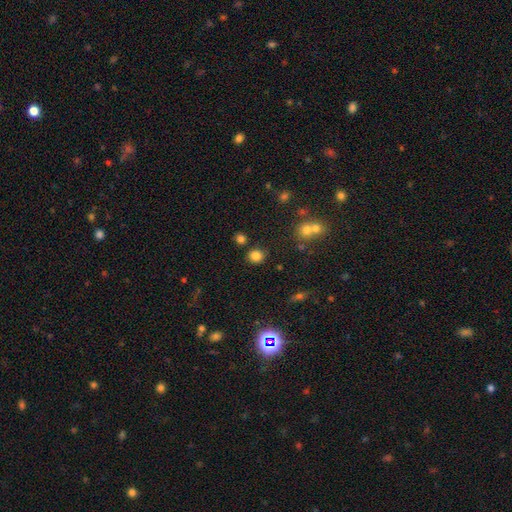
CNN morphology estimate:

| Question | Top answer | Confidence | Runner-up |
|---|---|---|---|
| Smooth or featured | smooth | 82% | star or artifact (13%) |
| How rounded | round | 83% | in between (16%) |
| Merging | none | 82% | minor disturbance (9%) |